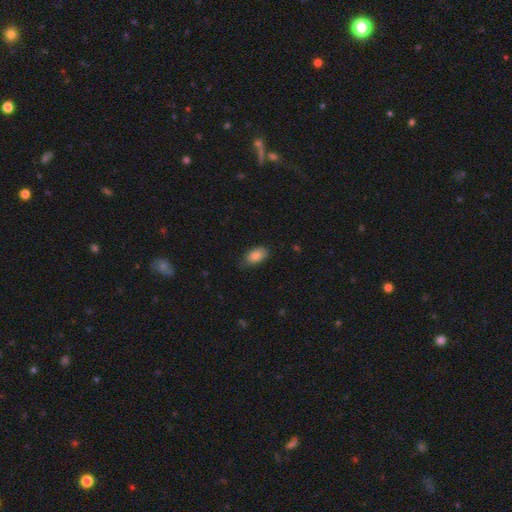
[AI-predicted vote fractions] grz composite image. It shows a smooth galaxy with no disk features (83%) that is in between round and cigar-shaped (92%). Merging: none (78%).